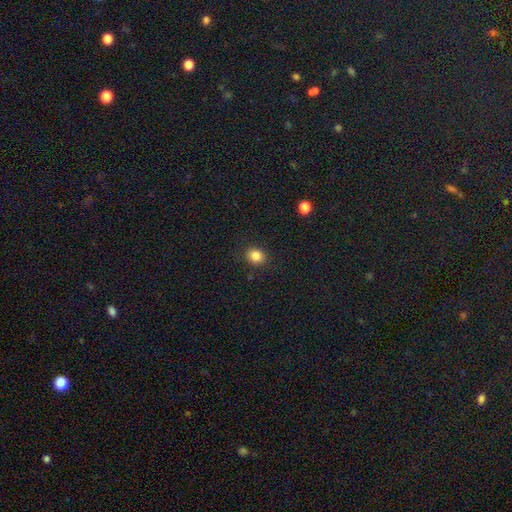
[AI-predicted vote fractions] A smooth galaxy with no disk features (84%) that is round (63%). Merging: none (89%).